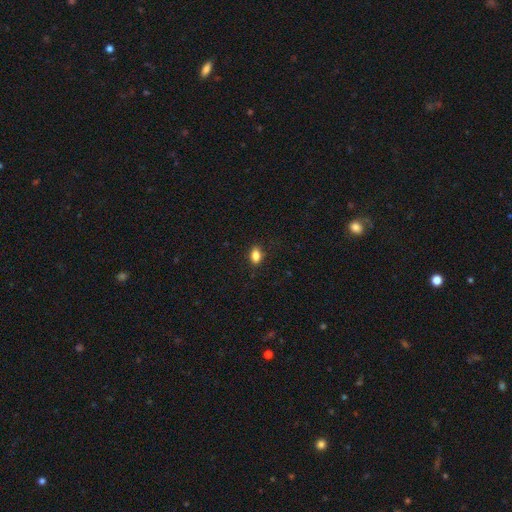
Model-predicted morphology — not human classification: The model was most divided on "how rounded": in between: 82%, round: 15%, cigar-shaped: 3%. More confident: merging — none (87%); smooth or featured — smooth (84%).